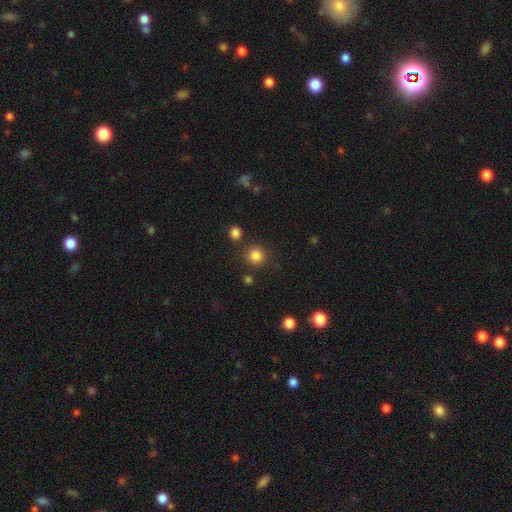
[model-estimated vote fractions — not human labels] smooth-or-featured: smooth: 84% | star or artifact: 12% | featured or disk: 4%
  how-rounded: round: 92% | in between: 7% | cigar-shaped: 1%
  merging: none: 84% | minor disturbance: 8% | merger: 5% | major disturbance: 3%